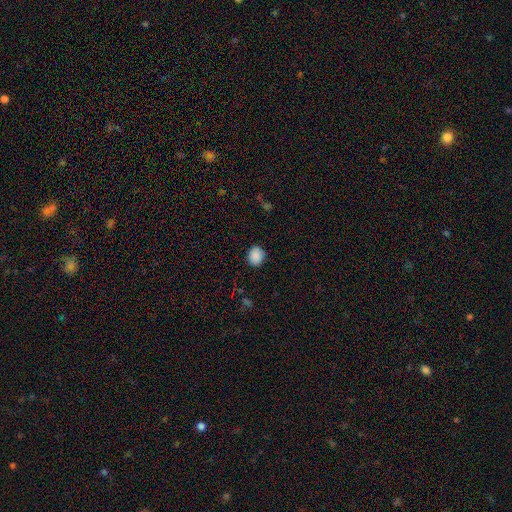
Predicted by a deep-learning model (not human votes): Morphology: type=smooth (89%); roundness=round (68%); merging=none (89%).